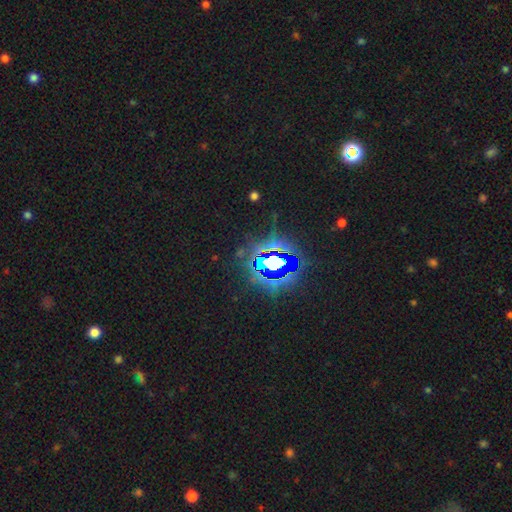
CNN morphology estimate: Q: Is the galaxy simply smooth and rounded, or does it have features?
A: star or artifact — 86%.